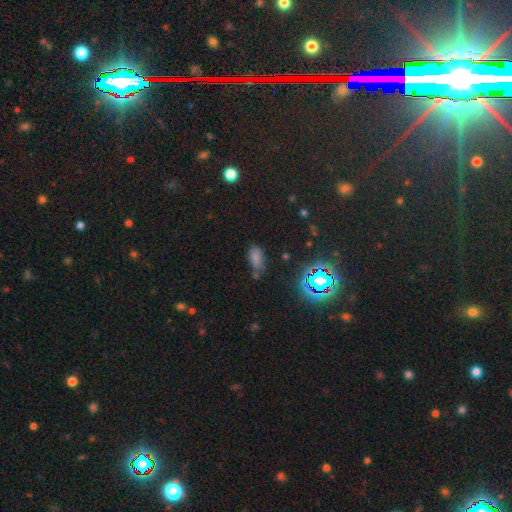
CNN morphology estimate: This appears to be a smooth galaxy with no disk features (61%) that is in between round and cigar-shaped (85%). Merging: none (57%).